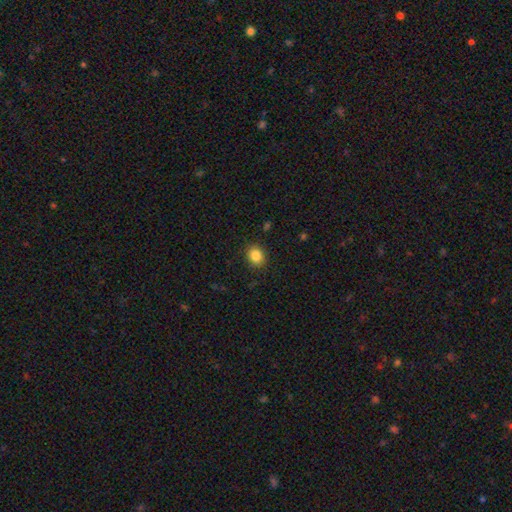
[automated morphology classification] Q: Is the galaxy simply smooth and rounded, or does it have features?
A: smooth — 85%.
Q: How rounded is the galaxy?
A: round — 62%.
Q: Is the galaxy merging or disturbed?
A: none — 89%.